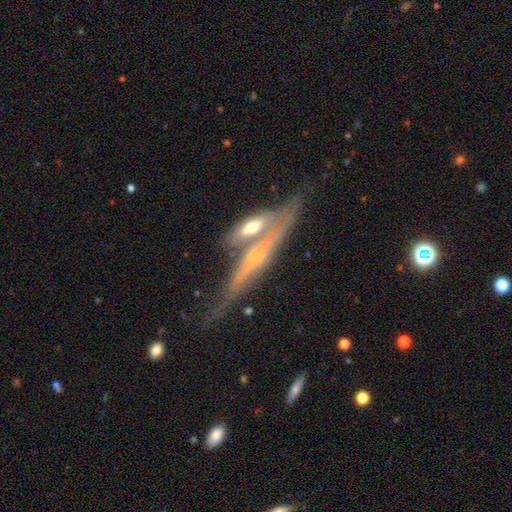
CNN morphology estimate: smooth_or_featured: featured or disk (p=0.76) [alt: smooth p=0.18]
disk_edge_on: yes (p=0.80) [alt: no p=0.20]
edge_on_bulge: rounded (p=0.77) [alt: none p=0.16]
merging: merger (p=0.41) [alt: none p=0.39]